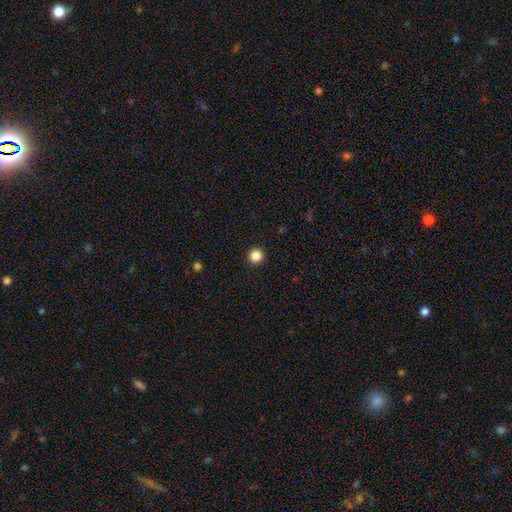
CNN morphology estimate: The model was most divided on "smooth or featured": smooth: 86%, star or artifact: 11%, featured or disk: 3%. More confident: how rounded — round (96%); merging — none (94%).